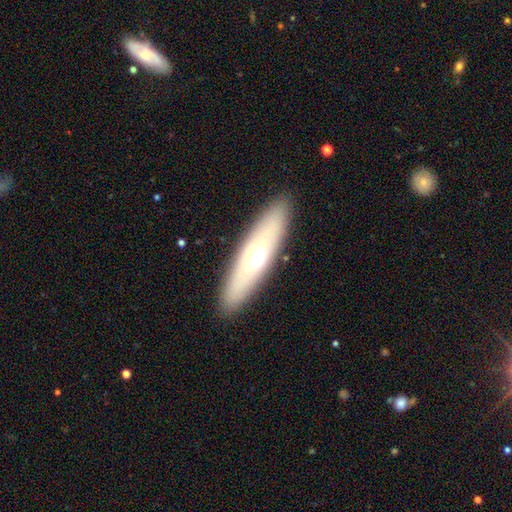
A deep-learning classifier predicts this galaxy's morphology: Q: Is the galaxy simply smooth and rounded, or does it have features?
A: smooth — 57%.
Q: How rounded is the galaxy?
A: cigar-shaped — 68%.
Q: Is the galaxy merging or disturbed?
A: none — 90%.